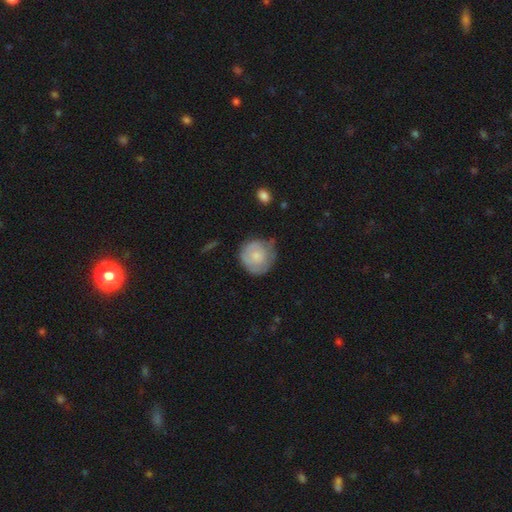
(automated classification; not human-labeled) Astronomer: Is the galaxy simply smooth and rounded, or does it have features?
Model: smooth — 67%.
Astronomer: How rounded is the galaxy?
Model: round — 90%.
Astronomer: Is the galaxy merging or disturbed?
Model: none — 60%.